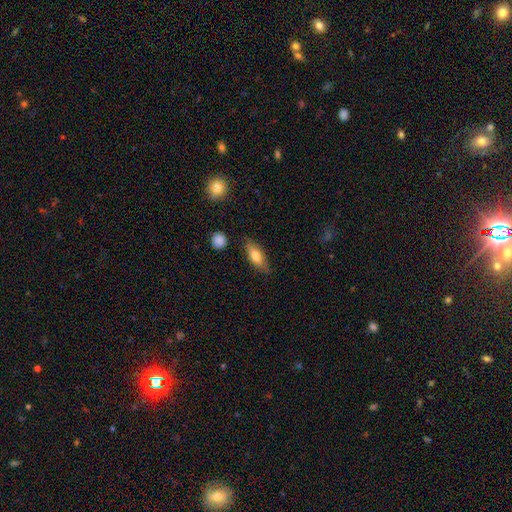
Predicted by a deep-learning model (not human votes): Smooth or featured? Predicted: smooth (p=0.68). How rounded? Predicted: in between (p=0.69). Merging? Predicted: none (p=0.80).